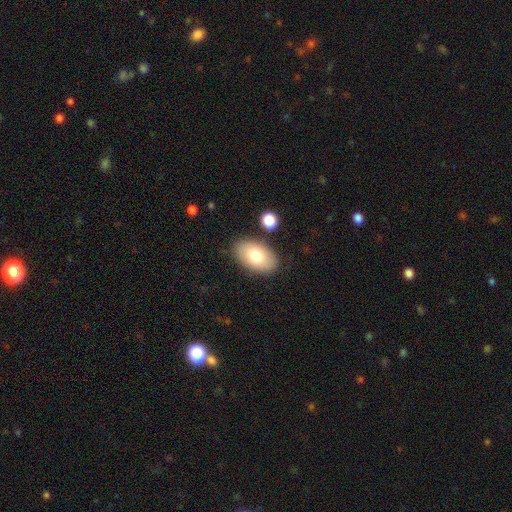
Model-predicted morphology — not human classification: smooth 76%, featured or disk 17%, star or artifact 7%. Down the decision tree: how rounded — in between (93%); merging — none (82%).